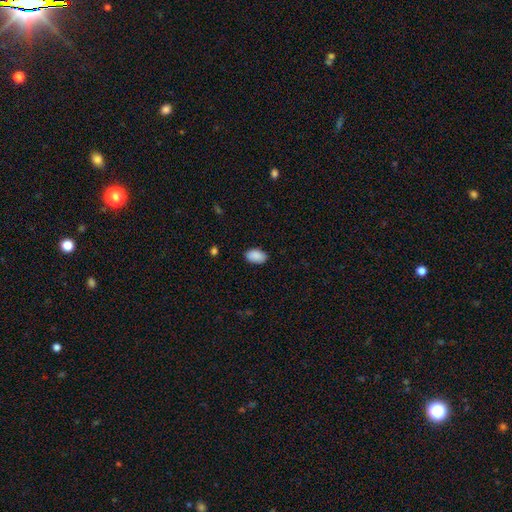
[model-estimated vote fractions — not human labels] The model was most divided on "merging": none: 87%, minor disturbance: 10%, major disturbance: 2%, merger: 1%. More confident: how rounded — in between (93%); smooth or featured — smooth (90%).